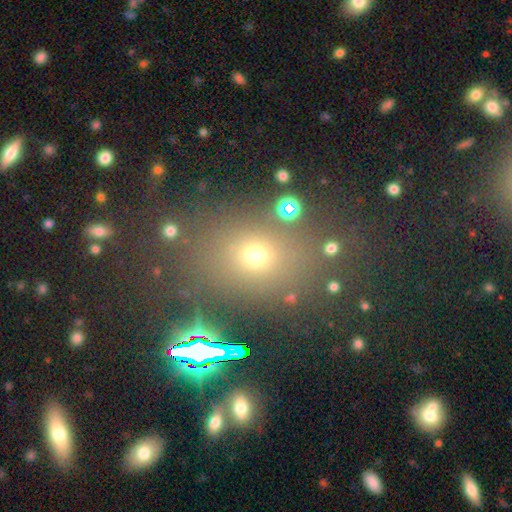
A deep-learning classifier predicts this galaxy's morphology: smooth_or_featured: smooth (p=0.55) [alt: star or artifact p=0.34]
how_rounded: round (p=0.50) [alt: in between p=0.48]
merging: none (p=0.80) [alt: minor disturbance p=0.10]